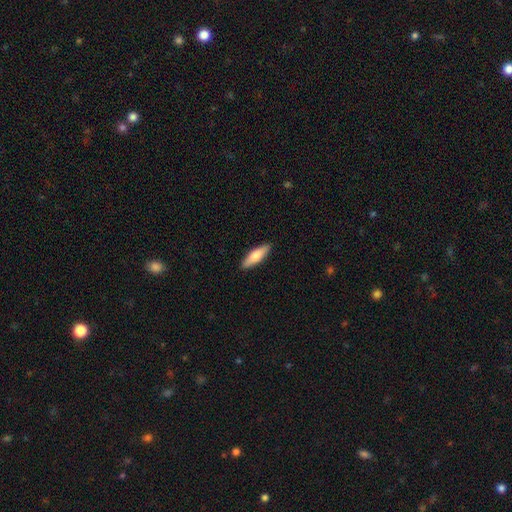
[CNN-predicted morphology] This is likely a smooth galaxy (72%). How rounded: possibly cigar-shaped (51%). Merging: clearly none (90%).